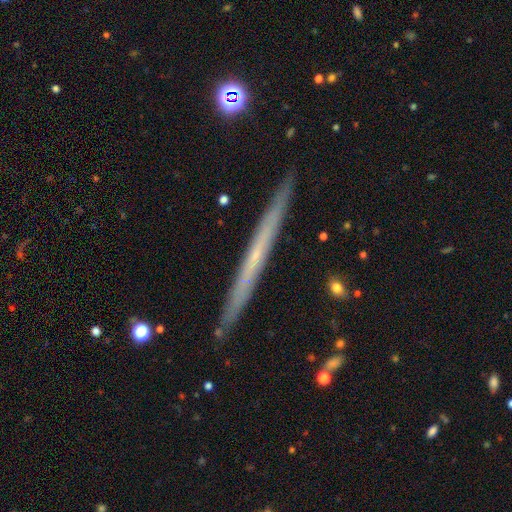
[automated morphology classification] This is likely a featured or disk galaxy (64%). It is clearly viewed edge-on (97%). Edge-on bulge: clearly none (84%). Merging: clearly none (91%).